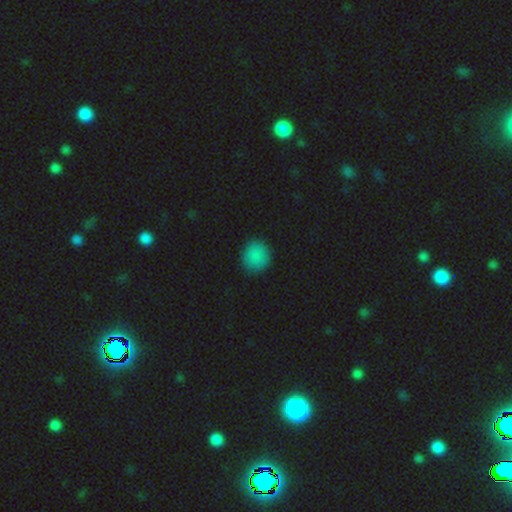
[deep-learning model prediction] A smooth galaxy with no disk features (84%) that is round (88%).

Vote fractions:
- Smooth or featured? smooth: 84% / star or artifact: 12% / featured or disk: 4%
- How rounded? round: 88% / in between: 11% / cigar-shaped: 1%
- Merging? none: 88% / minor disturbance: 8% / major disturbance: 2% / merger: 1%